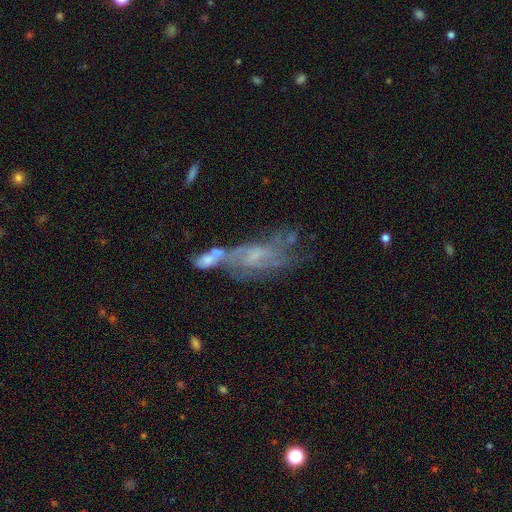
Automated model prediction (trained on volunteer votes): This appears to be a featured or disk galaxy (67%) with no bar (58%), spiral arms (59%) and a small central bulge (44%). Merging: merger (40%).